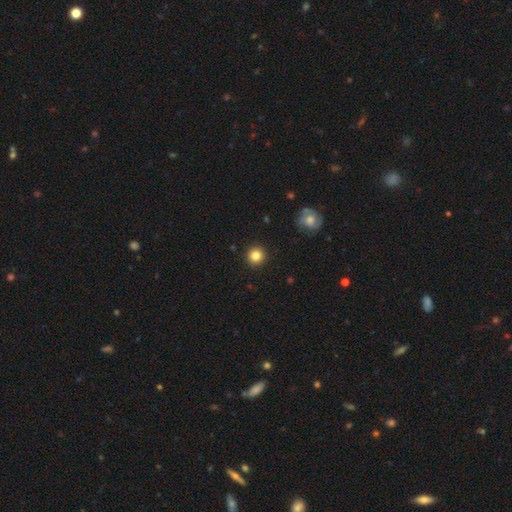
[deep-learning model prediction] Q: Smooth or featured?
A: smooth (84%); runner-up: star or artifact (10%)
Q: How rounded?
A: round (95%); runner-up: in between (4%)
Q: Merging?
A: none (93%); runner-up: minor disturbance (5%)